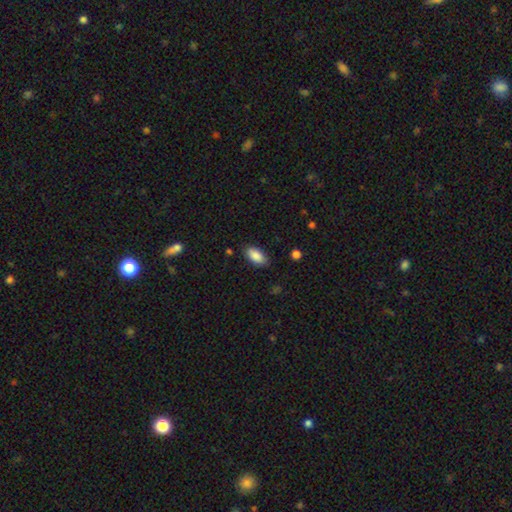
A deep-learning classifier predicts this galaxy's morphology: Smooth or featured: smooth — 88% (star or artifact — 7%)
How rounded: in between — 92% (cigar-shaped — 5%)
Merging: none — 84% (minor disturbance — 12%)